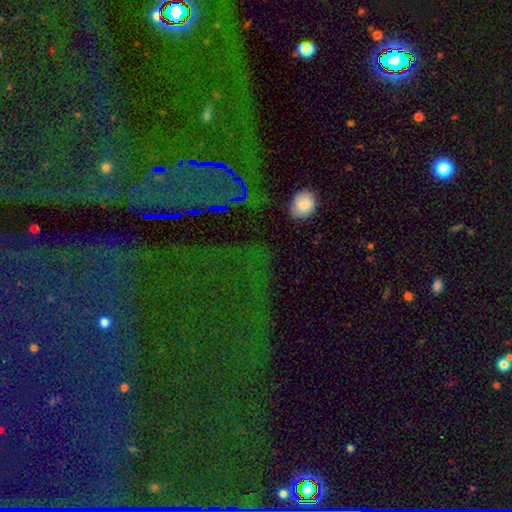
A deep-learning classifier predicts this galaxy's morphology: smooth-or-featured: star or artifact: 58% | smooth: 29% | featured or disk: 13%